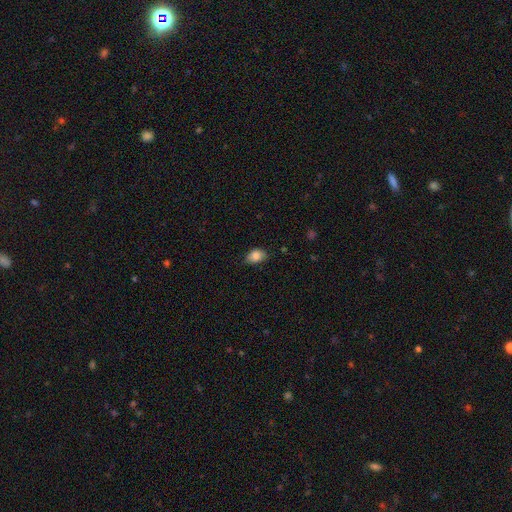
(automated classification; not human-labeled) This is clearly a smooth galaxy (84%). How rounded: clearly in between (81%). Merging: likely none (73%).